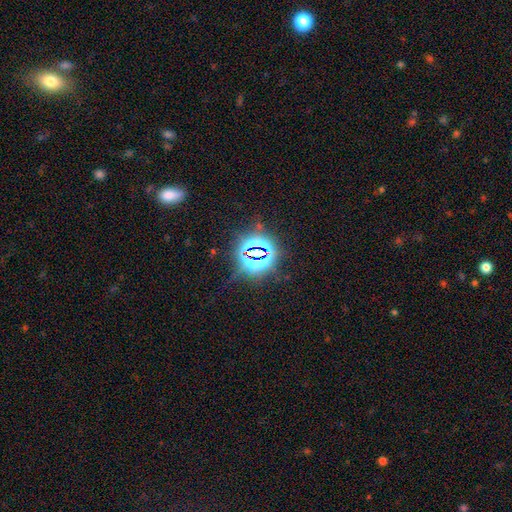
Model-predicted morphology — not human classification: A star or artifact, not a galaxy (81%).

Vote fractions:
- Smooth or featured? star or artifact: 81% / smooth: 12% / featured or disk: 7%